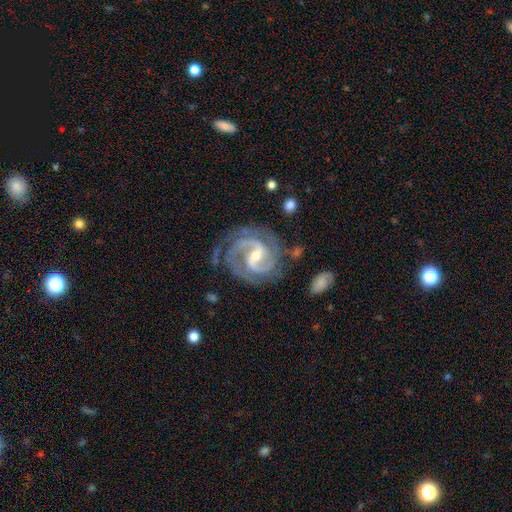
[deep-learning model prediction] smooth-or-featured: featured or disk: 93% | star or artifact: 4% | smooth: 3%
  disk-edge-on: no: 98% | yes: 2%
    bar: weak: 44% | strong: 41% | no: 15%
    has-spiral-arms: yes: 98% | no: 2%
      spiral-winding: medium: 50% | tight: 42% | loose: 8%
      spiral-arm-count: 2: 79% | 3: 11% | can't tell: 4% | 4: 2% | 1: 2% | more than 4: 2%
    bulge-size: small: 55% | moderate: 42% | large: 2% | none: 1% | dominant: 1%
  merging: none: 71% | minor disturbance: 18% | major disturbance: 8% | merger: 3%